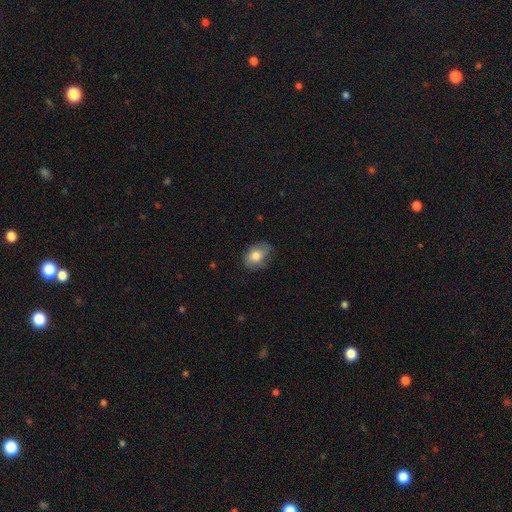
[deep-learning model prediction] Smooth or featured?
  - smooth: 79% *
  - featured or disk: 14%
  - star or artifact: 7%
How rounded?
  - in between: 73% *
  - round: 26%
  - cigar-shaped: 1%
Merging?
  - none: 72% *
  - minor disturbance: 22%
  - major disturbance: 5%
  - merger: 1%